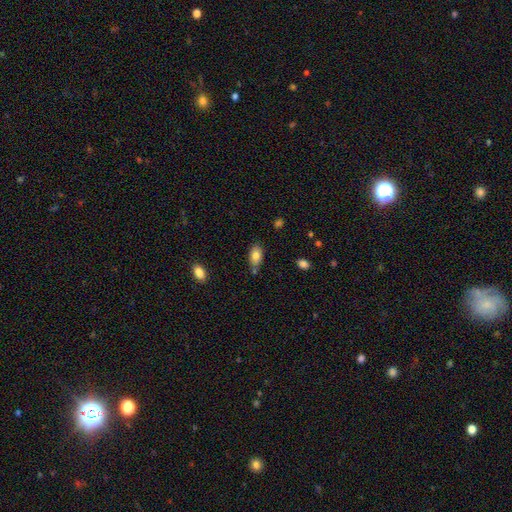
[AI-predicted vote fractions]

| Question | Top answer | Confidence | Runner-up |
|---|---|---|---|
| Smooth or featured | smooth | 80% | featured or disk (12%) |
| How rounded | in between | 91% | round (6%) |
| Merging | none | 71% | minor disturbance (18%) |